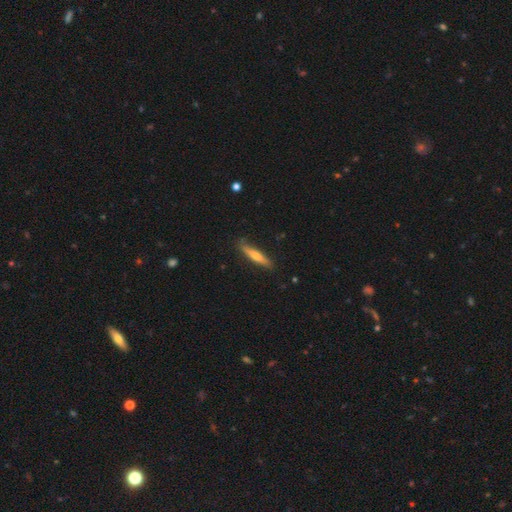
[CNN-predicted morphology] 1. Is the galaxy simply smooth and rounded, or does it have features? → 59% smooth, 36% featured or disk, 5% star or artifact.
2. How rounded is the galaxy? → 89% cigar-shaped, 9% in between, 2% round.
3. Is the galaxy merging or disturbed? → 81% none, 15% minor disturbance, 3% major disturbance, 1% merger.